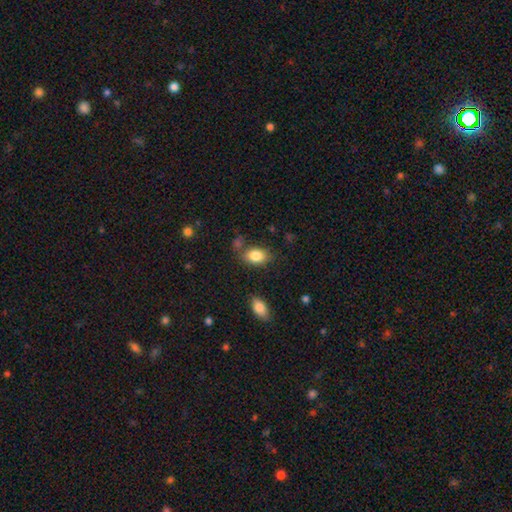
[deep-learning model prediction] Smooth or featured? Predicted: smooth (p=0.84). How rounded? Predicted: in between (p=0.85). Merging? Predicted: none (p=0.71).